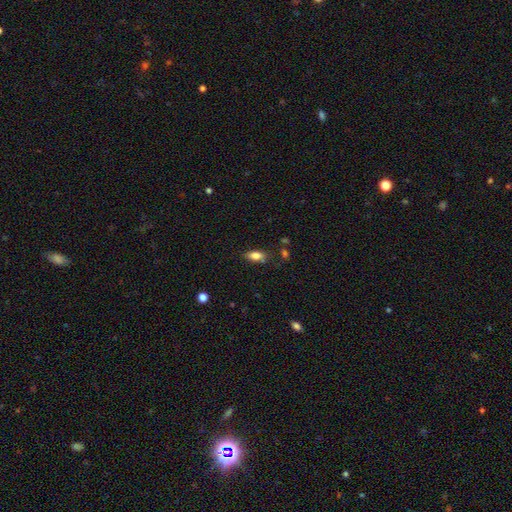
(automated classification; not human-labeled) A smooth galaxy with no disk features (82%) that is in between round and cigar-shaped (86%). Merging: none (75%).